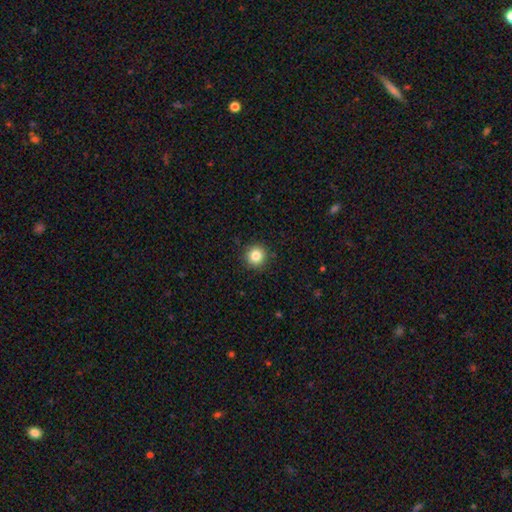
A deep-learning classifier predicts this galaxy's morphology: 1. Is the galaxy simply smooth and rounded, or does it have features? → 84% smooth, 11% star or artifact, 5% featured or disk.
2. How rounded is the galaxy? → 94% round, 5% in between, 1% cigar-shaped.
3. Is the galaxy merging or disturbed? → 92% none, 6% minor disturbance, 2% major disturbance, 1% merger.